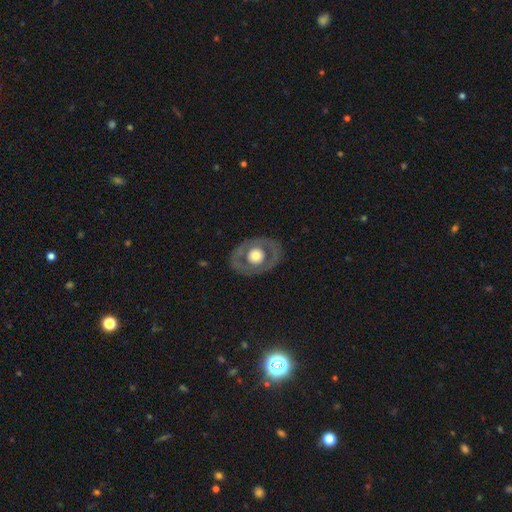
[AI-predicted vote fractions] Q: Smooth or featured?
A: featured or disk (56%); runner-up: smooth (39%)
Q: Edge-on disk?
A: no (93%); runner-up: yes (7%)
Q: Bar?
A: no (90%); runner-up: weak (7%)
Q: Spiral arms?
A: no (88%); runner-up: yes (12%)
Q: Bulge size?
A: large (46%); runner-up: moderate (45%)
Q: Merging?
A: none (80%); runner-up: minor disturbance (12%)